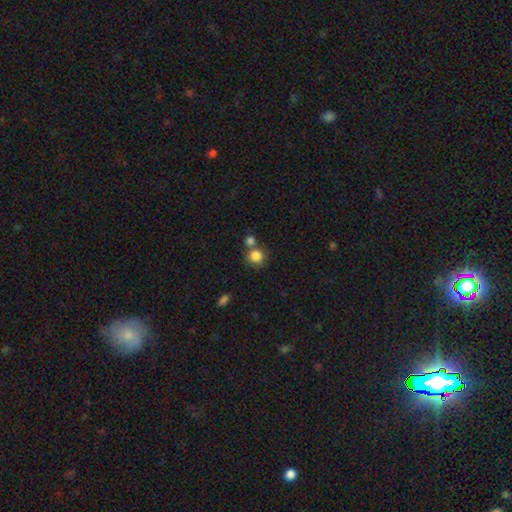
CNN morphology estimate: This is clearly a smooth galaxy (84%). How rounded: clearly round (85%). Merging: possibly none (58%).